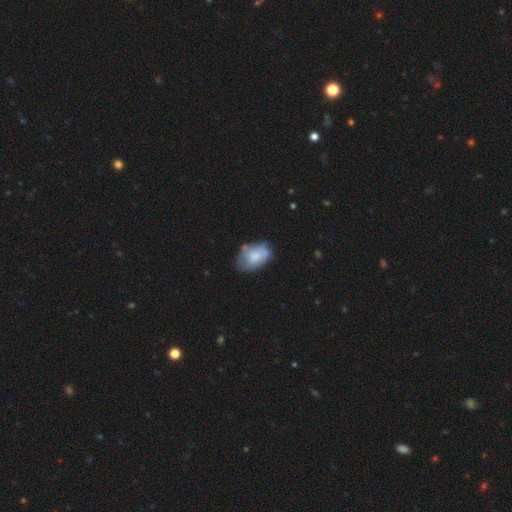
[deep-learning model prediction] Smooth or featured?
  - smooth: 66% *
  - featured or disk: 27%
  - star or artifact: 8%
How rounded?
  - in between: 86% *
  - round: 13%
  - cigar-shaped: 1%
Merging?
  - none: 47% *
  - minor disturbance: 33%
  - major disturbance: 14%
  - merger: 6%